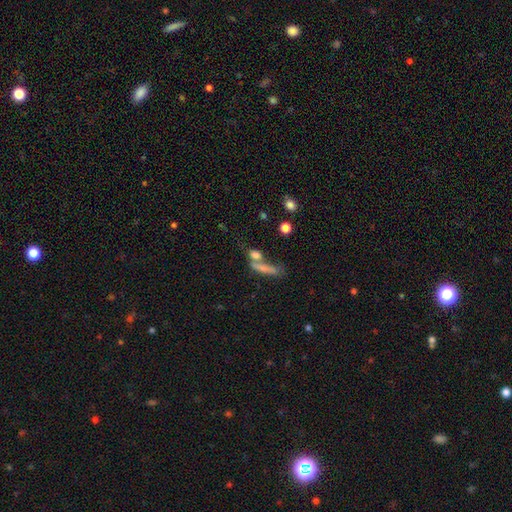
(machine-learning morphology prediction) smooth 68%, featured or disk 19%, star or artifact 13%. Down the decision tree: how rounded — cigar-shaped (43%); merging — merger (40%).